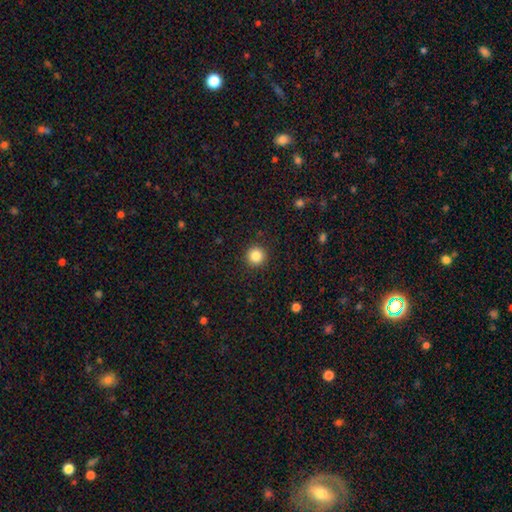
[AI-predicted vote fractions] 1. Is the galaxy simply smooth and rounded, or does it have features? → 86% smooth, 10% star or artifact, 4% featured or disk.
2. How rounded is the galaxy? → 95% round, 4% in between, 1% cigar-shaped.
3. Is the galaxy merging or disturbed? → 92% none, 5% minor disturbance, 2% major disturbance, 1% merger.